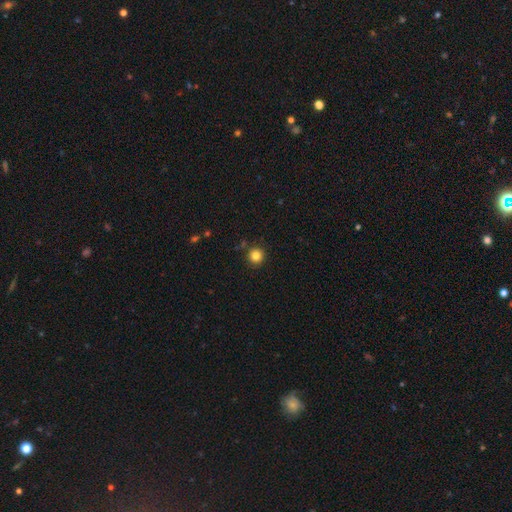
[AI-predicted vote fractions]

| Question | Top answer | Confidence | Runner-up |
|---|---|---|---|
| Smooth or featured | smooth | 84% | star or artifact (11%) |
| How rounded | round | 94% | in between (5%) |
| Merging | none | 89% | minor disturbance (7%) |